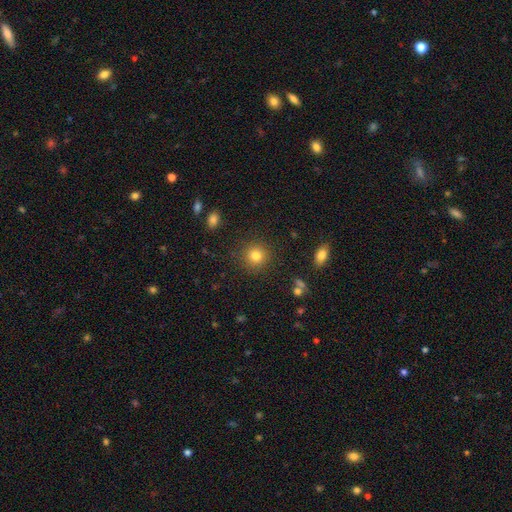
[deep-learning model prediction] A smooth galaxy with no disk features (81%) that is round (92%). Merging: none (89%).